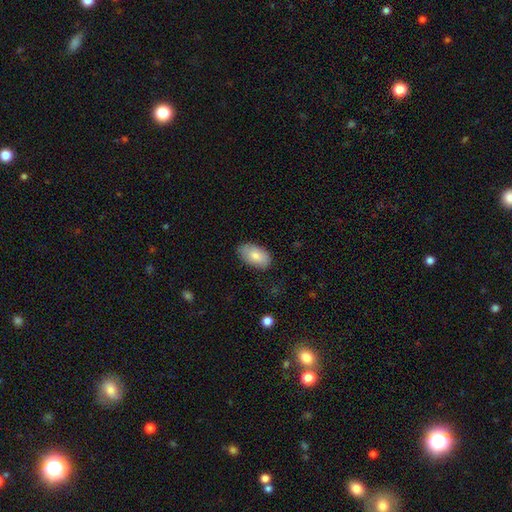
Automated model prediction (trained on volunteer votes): smooth_or_featured: smooth (p=0.82) [alt: featured or disk p=0.12]
how_rounded: in between (p=0.94) [alt: round p=0.04]
merging: none (p=0.81) [alt: minor disturbance p=0.15]